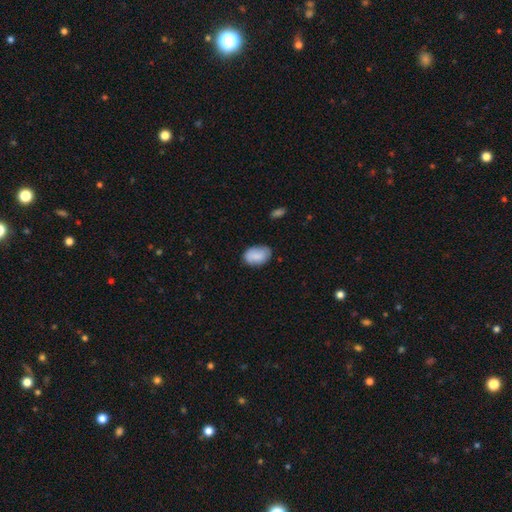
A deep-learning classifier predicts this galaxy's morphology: The model was most divided on "merging": none: 74%, minor disturbance: 21%, major disturbance: 4%, merger: 2%. More confident: how rounded — in between (88%); smooth or featured — smooth (84%).